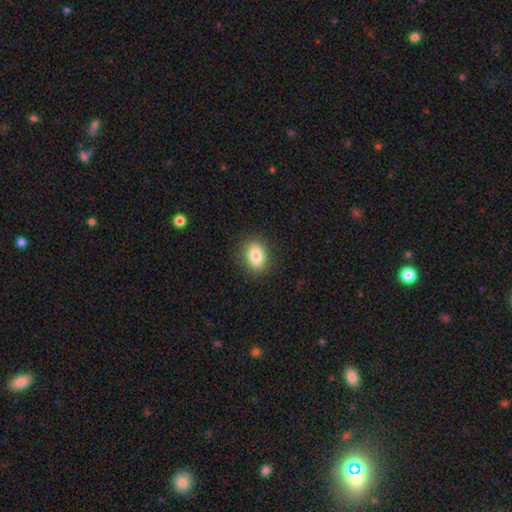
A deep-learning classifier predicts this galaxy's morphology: Smooth or featured? smooth (82%)
How rounded? in between (68%)
Merging? none (87%)